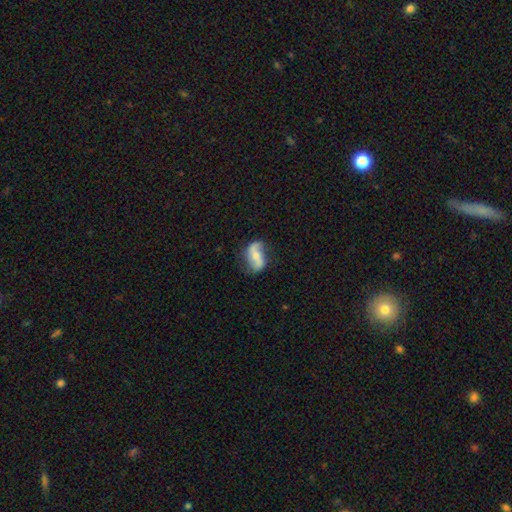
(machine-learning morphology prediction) smooth-or-featured: featured or disk: 69% | smooth: 25% | star or artifact: 7%
  disk-edge-on: no: 94% | yes: 6%
    bar: strong: 35% | no: 33% | weak: 32%
    has-spiral-arms: yes: 87% | no: 13%
      spiral-winding: loose: 72% | medium: 20% | tight: 7%
      spiral-arm-count: 2: 87% | 1: 5% | can't tell: 5% | 3: 1% | 4: 1% | more than 4: 1%
    bulge-size: moderate: 46% | small: 45% | none: 5% | large: 3% | dominant: 1%
  merging: none: 65% | minor disturbance: 23% | major disturbance: 10% | merger: 2%